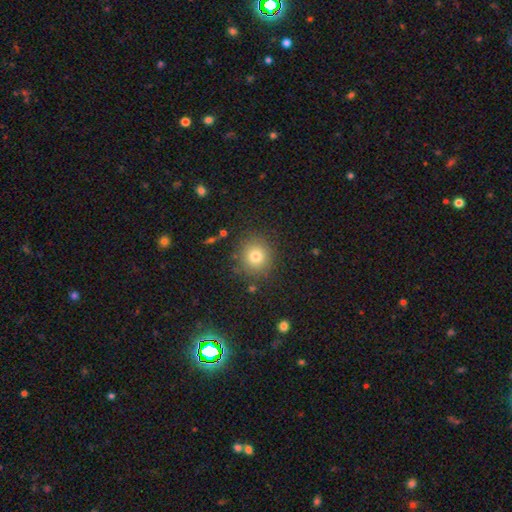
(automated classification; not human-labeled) Q: Smooth or featured?
A: smooth (78%); runner-up: star or artifact (13%)
Q: How rounded?
A: round (89%); runner-up: in between (10%)
Q: Merging?
A: none (86%); runner-up: minor disturbance (8%)